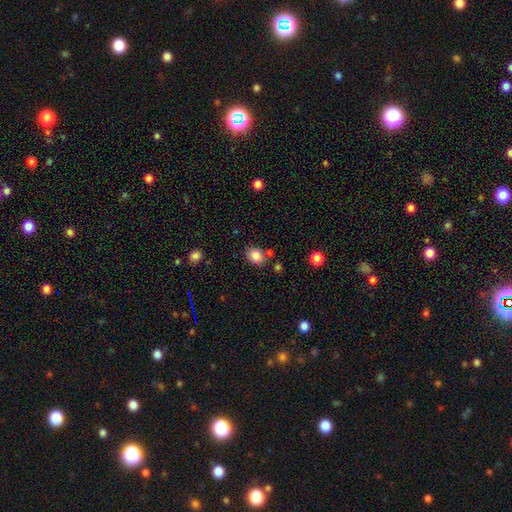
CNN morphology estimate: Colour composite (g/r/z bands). It shows a smooth galaxy with no disk features (83%) that is in between round and cigar-shaped (53%). Merging: none (76%).